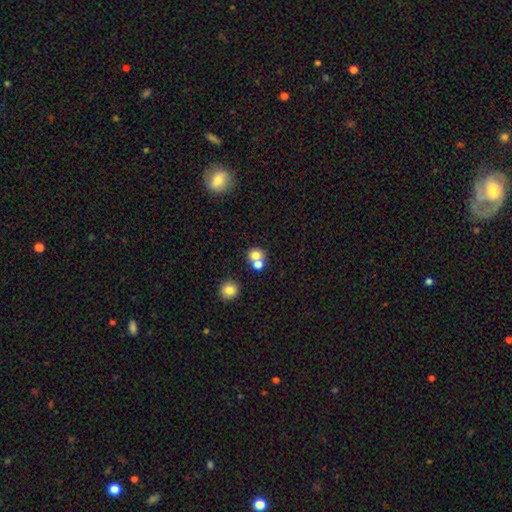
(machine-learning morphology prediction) Smooth or featured? smooth (75%)
How rounded? round (77%)
Merging? merger (47%)